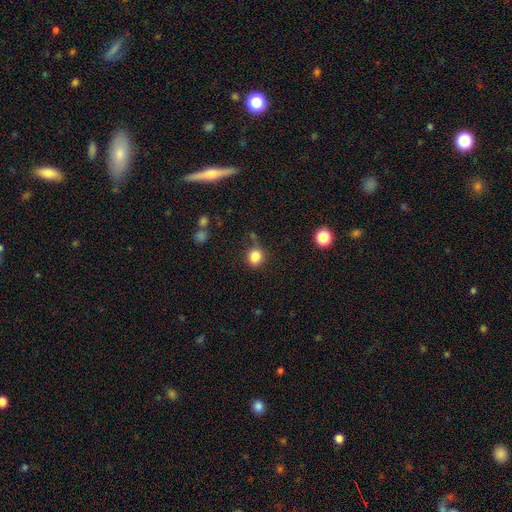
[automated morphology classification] A smooth galaxy with no disk features (84%) that is round (67%).

Vote fractions:
- Smooth or featured? smooth: 84% / star or artifact: 11% / featured or disk: 5%
- How rounded? round: 67% / in between: 32% / cigar-shaped: 1%
- Merging? none: 71% / minor disturbance: 18% / major disturbance: 6% / merger: 5%